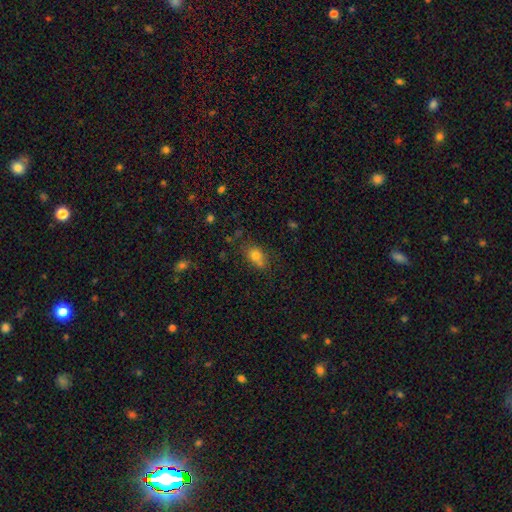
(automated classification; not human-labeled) Smooth or featured?
  - smooth: 76% *
  - star or artifact: 13%
  - featured or disk: 11%
How rounded?
  - in between: 55% *
  - round: 43%
  - cigar-shaped: 2%
Merging?
  - none: 54% *
  - merger: 22%
  - minor disturbance: 18%
  - major disturbance: 6%